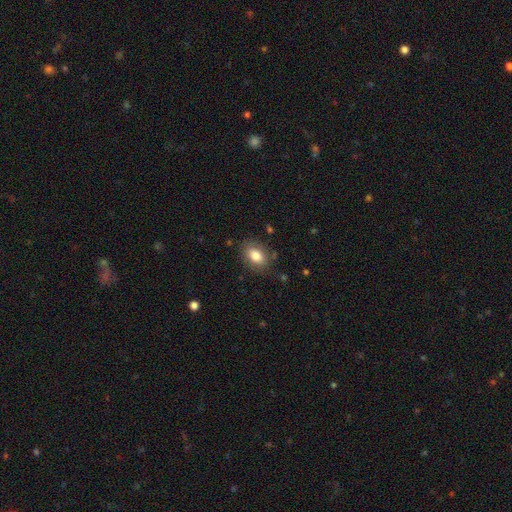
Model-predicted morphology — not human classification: smooth 81%, featured or disk 11%, star or artifact 8%. Down the decision tree: how rounded — in between (82%); merging — none (81%).